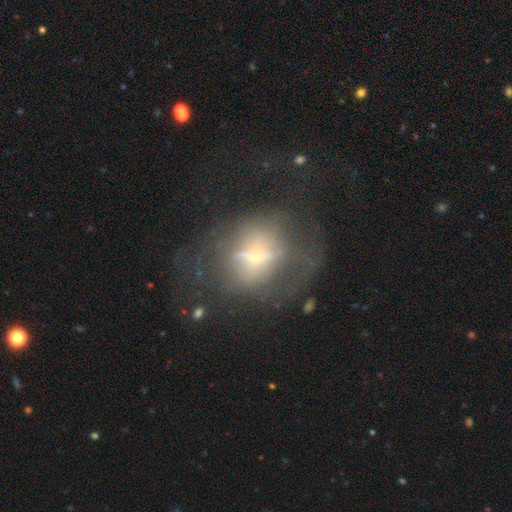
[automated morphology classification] This appears to be a featured or disk galaxy (57%). Merging: none (47%).